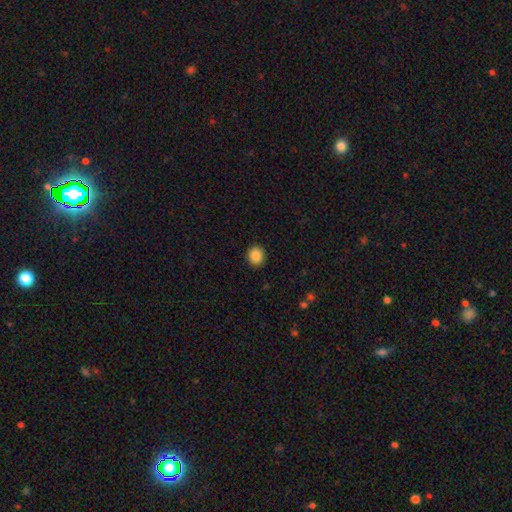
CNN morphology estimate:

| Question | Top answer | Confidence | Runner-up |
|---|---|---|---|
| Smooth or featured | smooth | 87% | star or artifact (9%) |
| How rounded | round | 78% | in between (21%) |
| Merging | none | 92% | minor disturbance (6%) |